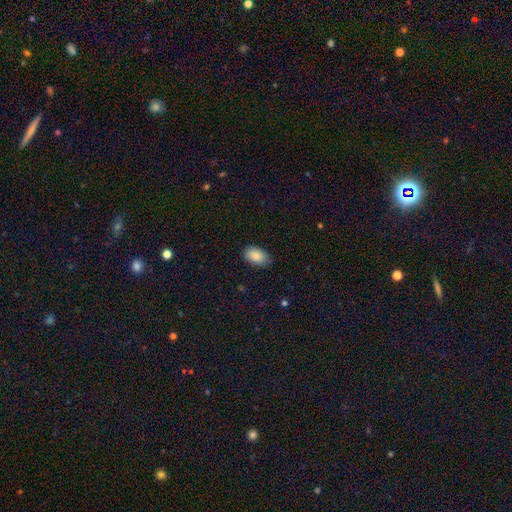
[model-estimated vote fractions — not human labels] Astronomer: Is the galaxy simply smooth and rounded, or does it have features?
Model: smooth — 88%.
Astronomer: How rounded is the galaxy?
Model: in between — 93%.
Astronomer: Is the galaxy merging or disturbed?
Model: none — 81%.